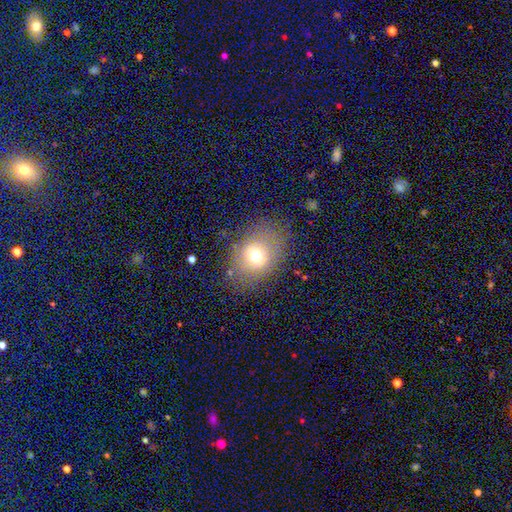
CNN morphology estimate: type=smooth (65%); roundness=in between (51%); merging=none (74%).